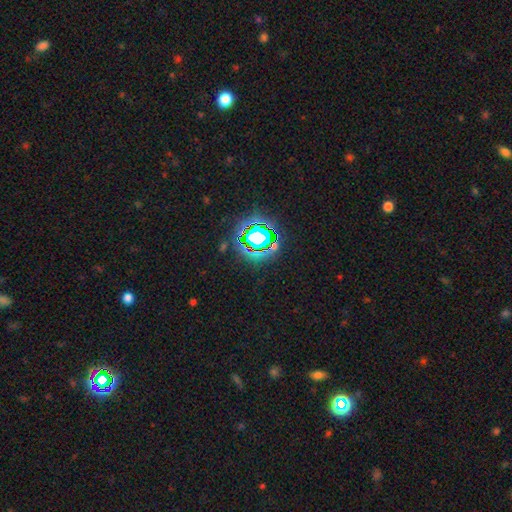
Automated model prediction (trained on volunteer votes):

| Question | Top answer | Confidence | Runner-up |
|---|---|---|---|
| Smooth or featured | star or artifact | 82% | smooth (12%) |